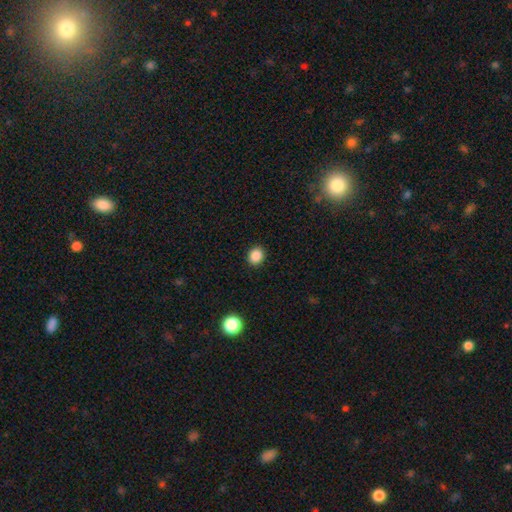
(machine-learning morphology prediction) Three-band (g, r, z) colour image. It shows a smooth galaxy with no disk features (87%) that is round (76%). Merging: none (92%).